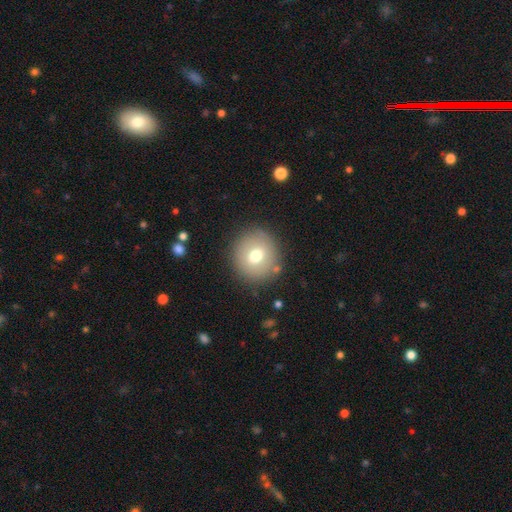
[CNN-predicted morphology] Overall: smooth (70%). How rounded: round (91%). Merging: none (85%).